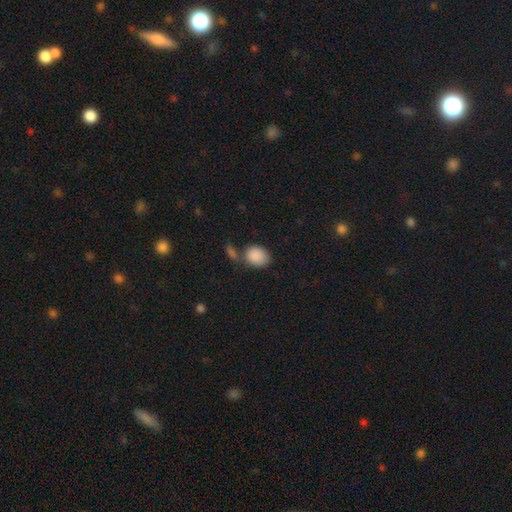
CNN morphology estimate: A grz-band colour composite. It shows a smooth galaxy with no disk features (89%) that is in between round and cigar-shaped (63%). Merging: none (55%).